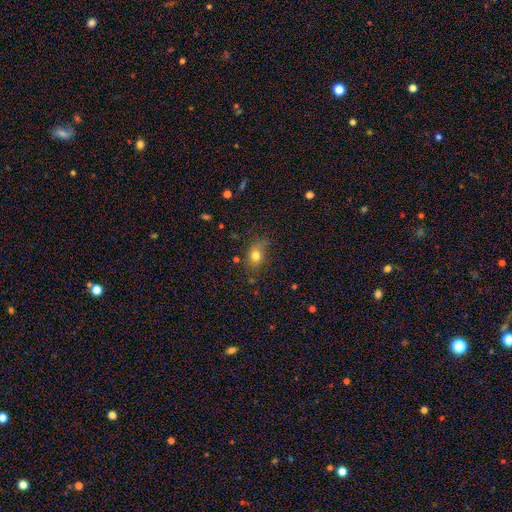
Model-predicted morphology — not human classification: smooth_or_featured: smooth (p=0.77) [alt: star or artifact p=0.12]
how_rounded: in between (p=0.60) [alt: round p=0.38]
merging: none (p=0.68) [alt: minor disturbance p=0.22]